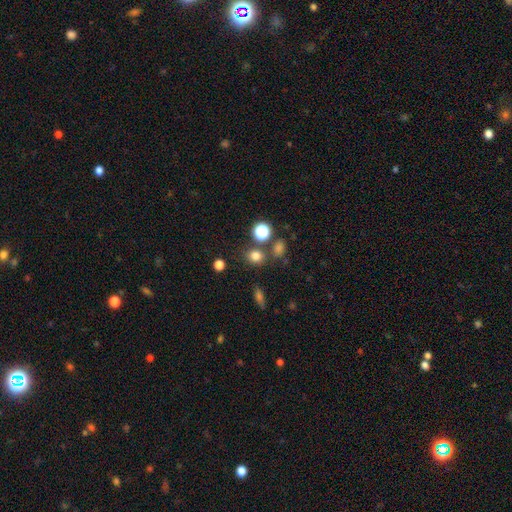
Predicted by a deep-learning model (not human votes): Smooth or featured?
  - smooth: 76% *
  - star or artifact: 18%
  - featured or disk: 6%
How rounded?
  - round: 72% *
  - in between: 27%
  - cigar-shaped: 1%
Merging?
  - none: 74% *
  - merger: 12%
  - minor disturbance: 10%
  - major disturbance: 4%